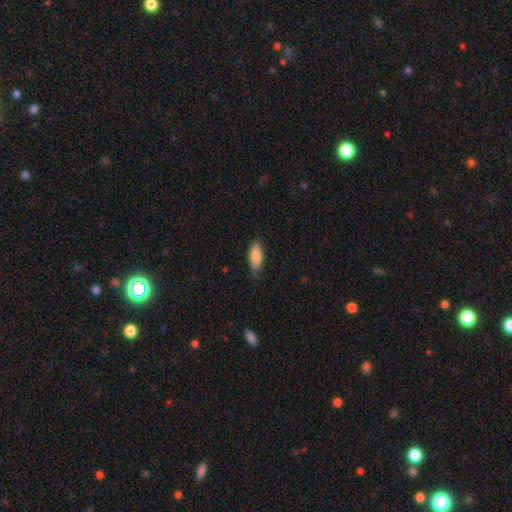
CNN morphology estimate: smooth-or-featured: smooth: 85% | featured or disk: 9% | star or artifact: 6%
  how-rounded: in between: 78% | cigar-shaped: 20% | round: 2%
  merging: none: 79% | minor disturbance: 18% | major disturbance: 3% | merger: 1%